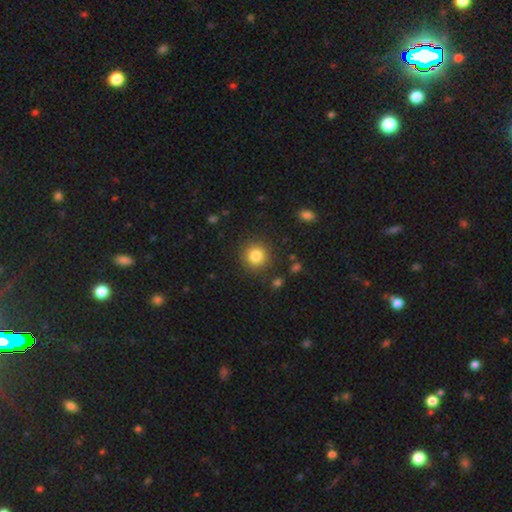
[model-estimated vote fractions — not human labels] smooth-or-featured: smooth: 83% | star or artifact: 11% | featured or disk: 6%
  how-rounded: round: 92% | in between: 7% | cigar-shaped: 1%
  merging: none: 88% | minor disturbance: 7% | major disturbance: 3% | merger: 2%